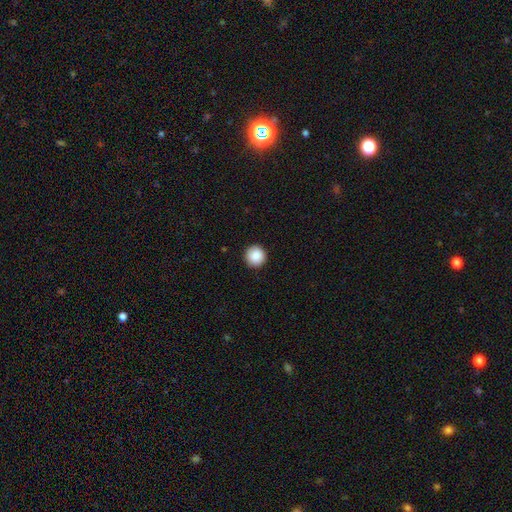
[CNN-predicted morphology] Q: Smooth or featured?
A: smooth (89%); runner-up: star or artifact (8%)
Q: How rounded?
A: round (96%); runner-up: in between (3%)
Q: Merging?
A: none (93%); runner-up: minor disturbance (5%)